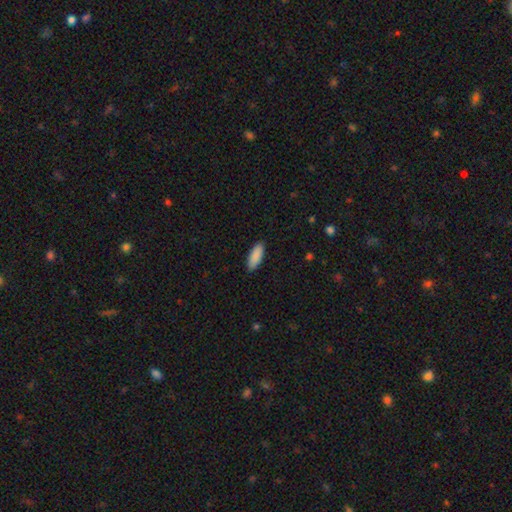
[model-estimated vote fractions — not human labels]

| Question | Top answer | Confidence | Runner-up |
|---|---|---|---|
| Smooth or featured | smooth | 90% | star or artifact (5%) |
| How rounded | in between | 74% | cigar-shaped (24%) |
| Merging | none | 89% | minor disturbance (9%) |